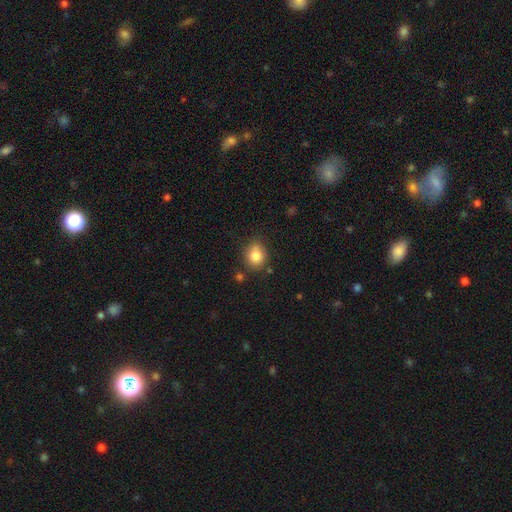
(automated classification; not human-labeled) smooth 83%, star or artifact 10%, featured or disk 8%. Down the decision tree: how rounded — round (65%); merging — none (72%).